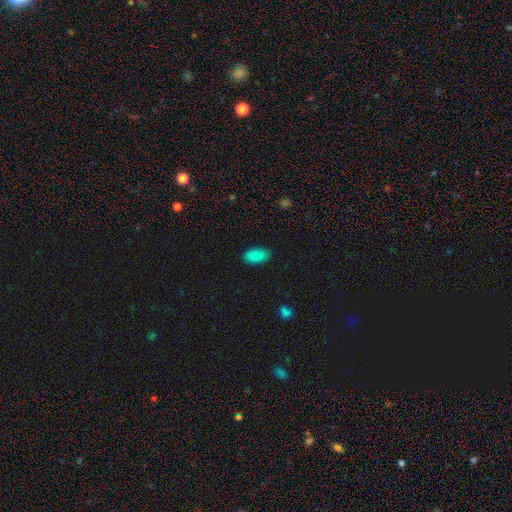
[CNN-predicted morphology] Smooth or featured?
  - smooth: 88% *
  - star or artifact: 8%
  - featured or disk: 3%
How rounded?
  - in between: 93% *
  - cigar-shaped: 3%
  - round: 3%
Merging?
  - none: 87% *
  - minor disturbance: 10%
  - major disturbance: 2%
  - merger: 1%